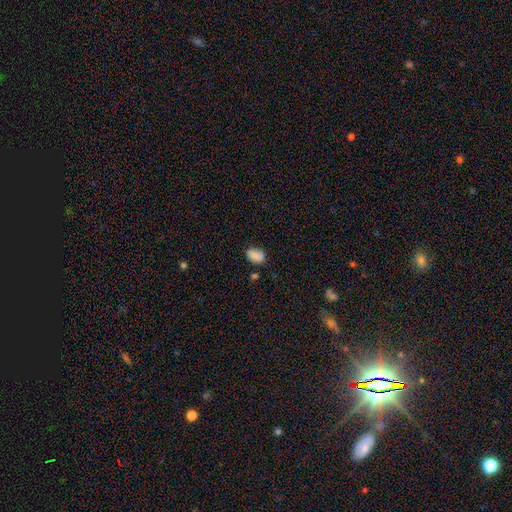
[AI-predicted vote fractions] Smooth or featured? smooth (79%)
How rounded? in between (83%)
Merging? none (71%)